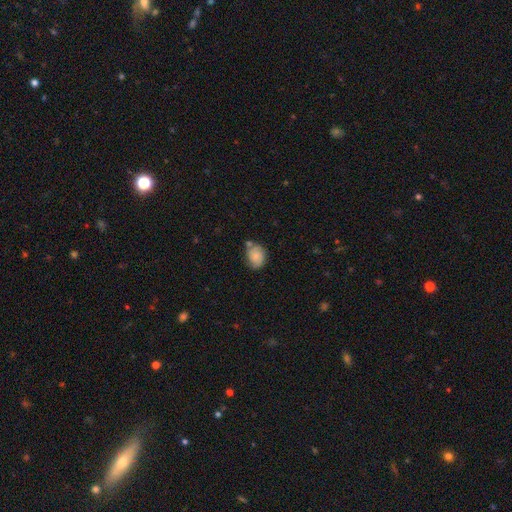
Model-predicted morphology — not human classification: The model was most divided on "how rounded": in between: 54%, round: 45%, cigar-shaped: 1%. More confident: smooth or featured — smooth (74%); merging — none (57%).